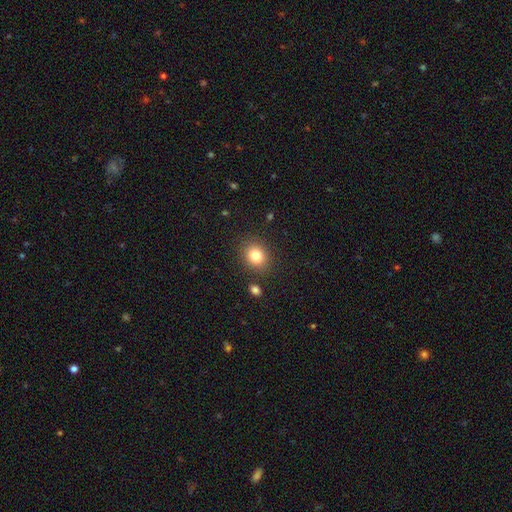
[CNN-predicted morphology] The model was most divided on "how rounded": round: 63%, in between: 36%, cigar-shaped: 1%. More confident: merging — none (86%); smooth or featured — smooth (81%).